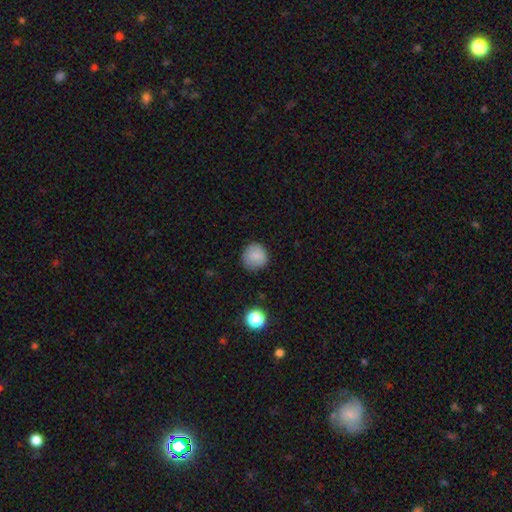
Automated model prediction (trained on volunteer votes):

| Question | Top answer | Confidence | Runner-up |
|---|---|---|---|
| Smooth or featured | smooth | 83% | star or artifact (9%) |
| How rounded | round | 91% | in between (8%) |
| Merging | none | 84% | minor disturbance (12%) |